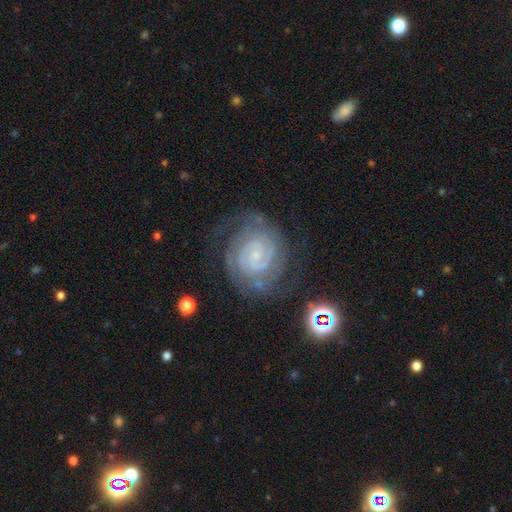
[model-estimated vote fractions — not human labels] Morphology: type=featured or disk (86%); edge-on=no (98%); bar=no (57%); spiral arms=yes (97%); winding=tight (76%); arm count=2 (61%); bulge=small (75%); merging=none (69%).